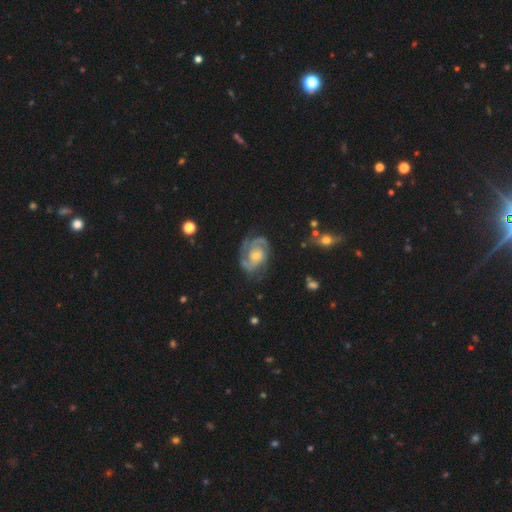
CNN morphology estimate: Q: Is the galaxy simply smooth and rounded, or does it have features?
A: featured or disk — 89%.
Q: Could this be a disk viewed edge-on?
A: no — 98%.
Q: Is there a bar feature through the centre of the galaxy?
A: no — 68%.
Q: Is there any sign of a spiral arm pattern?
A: yes — 97%.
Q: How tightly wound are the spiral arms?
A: tight — 53%.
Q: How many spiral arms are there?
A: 2 — 64%.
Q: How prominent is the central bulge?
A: small — 53%.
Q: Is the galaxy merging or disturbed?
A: none — 69%.